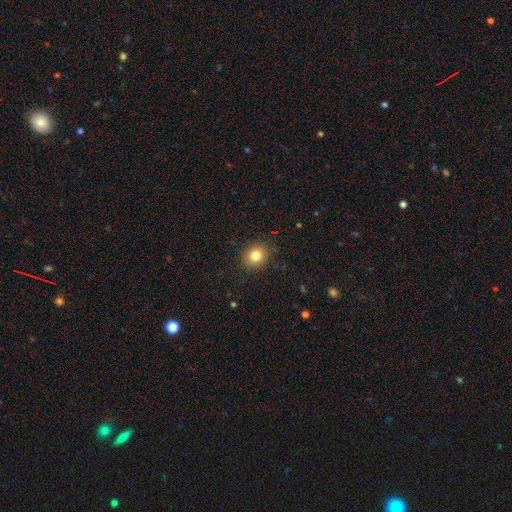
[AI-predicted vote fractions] Morphology: type=smooth (82%); roundness=round (79%); merging=none (90%).